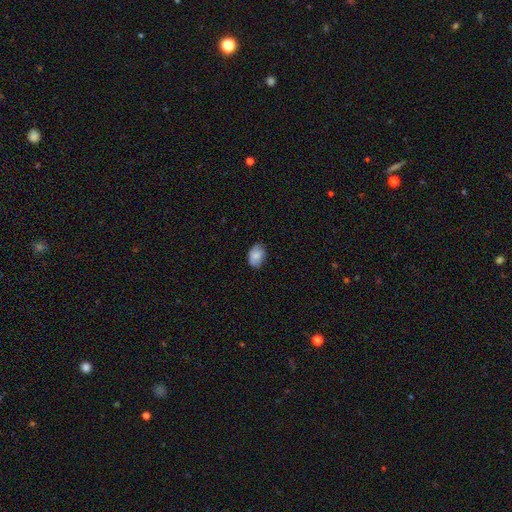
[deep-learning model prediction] smooth_or_featured: smooth (p=0.82) [alt: featured or disk p=0.10]
how_rounded: in between (p=0.81) [alt: round p=0.18]
merging: none (p=0.77) [alt: minor disturbance p=0.19]